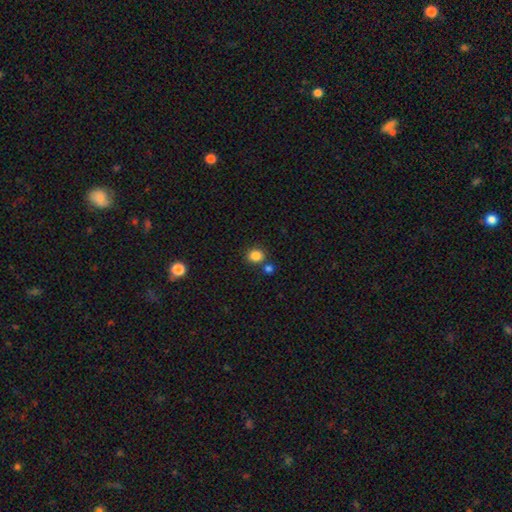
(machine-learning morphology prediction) Smooth or featured? Predicted: smooth (p=0.85). How rounded? Predicted: round (p=0.66). Merging? Predicted: none (p=0.72).